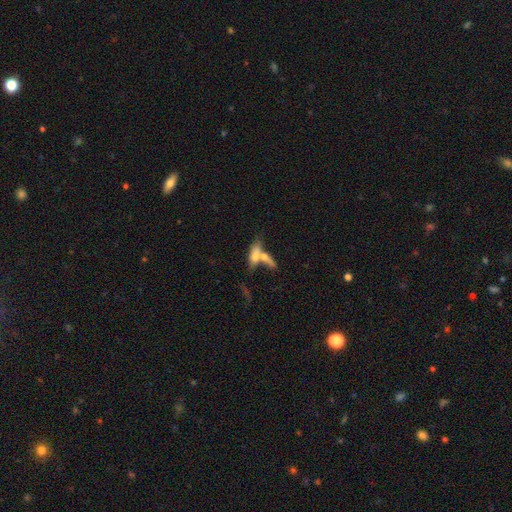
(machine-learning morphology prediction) A smooth galaxy with no disk features (58%) that is in between round and cigar-shaped (52%).

Vote fractions:
- Smooth or featured? smooth: 58% / featured or disk: 33% / star or artifact: 9%
- How rounded? in between: 52% / cigar-shaped: 43% / round: 5%
- Merging? merger: 53% / none: 29% / minor disturbance: 10% / major disturbance: 8%